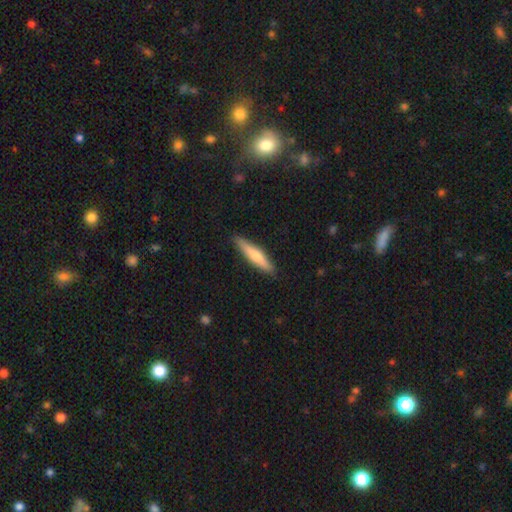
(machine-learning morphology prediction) Smooth or featured: smooth — 65% (featured or disk — 30%)
How rounded: cigar-shaped — 86% (in between — 13%)
Merging: none — 88% (minor disturbance — 9%)